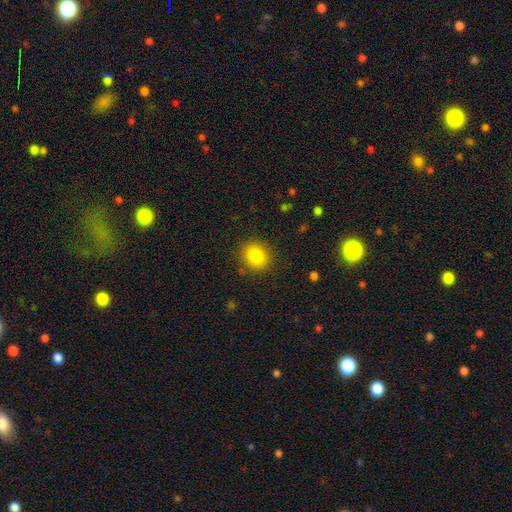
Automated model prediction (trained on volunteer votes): smooth_or_featured: smooth (p=0.83) [alt: star or artifact p=0.10]
how_rounded: round (p=0.75) [alt: in between p=0.24]
merging: none (p=0.87) [alt: minor disturbance p=0.08]